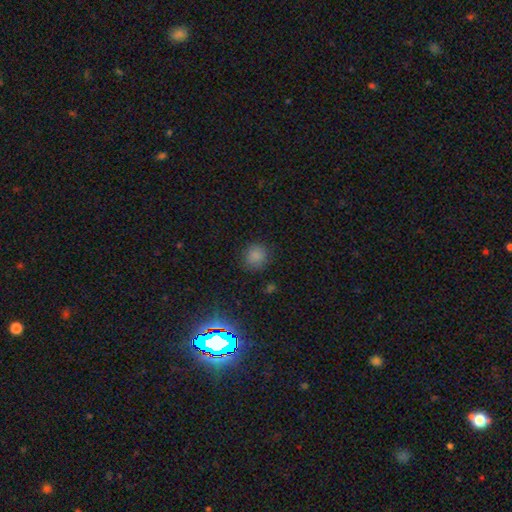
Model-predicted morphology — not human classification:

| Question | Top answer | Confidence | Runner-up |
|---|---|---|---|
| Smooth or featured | smooth | 81% | star or artifact (15%) |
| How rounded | round | 86% | in between (13%) |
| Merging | none | 85% | minor disturbance (11%) |